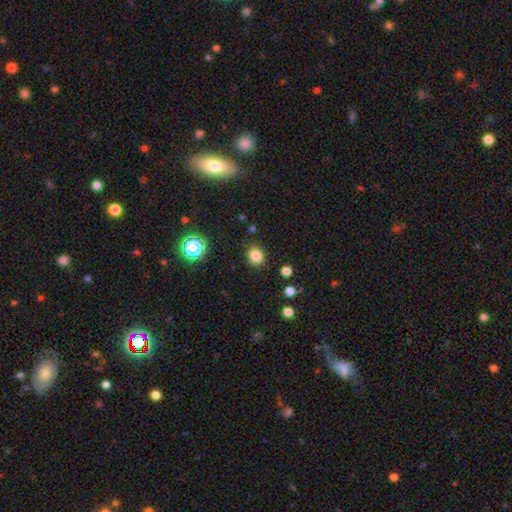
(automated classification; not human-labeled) A smooth galaxy with no disk features (81%) that is round (71%).

Vote fractions:
- Smooth or featured? smooth: 81% / star or artifact: 14% / featured or disk: 5%
- How rounded? round: 71% / in between: 28% / cigar-shaped: 1%
- Merging? none: 86% / minor disturbance: 9% / major disturbance: 3% / merger: 2%